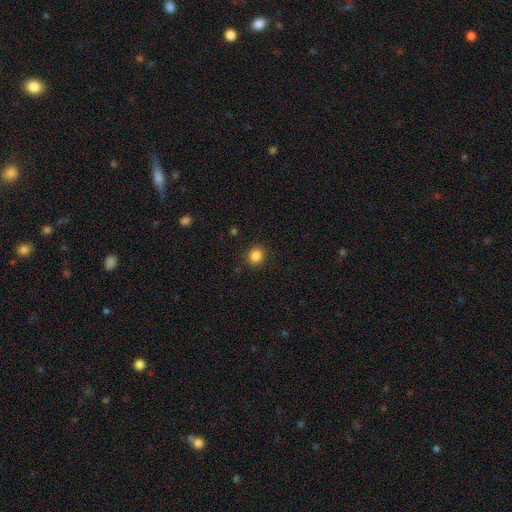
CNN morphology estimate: smooth 86%, star or artifact 11%, featured or disk 3%. Down the decision tree: how rounded — round (79%); merging — none (88%).